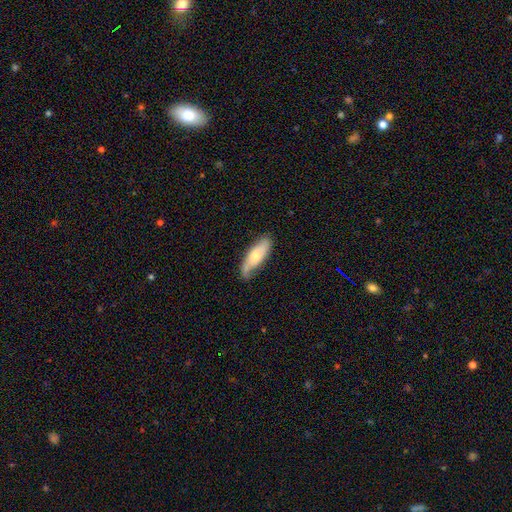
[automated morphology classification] This appears to be a smooth galaxy with no disk features (51%) that is in between round and cigar-shaped (60%). Merging: none (62%).